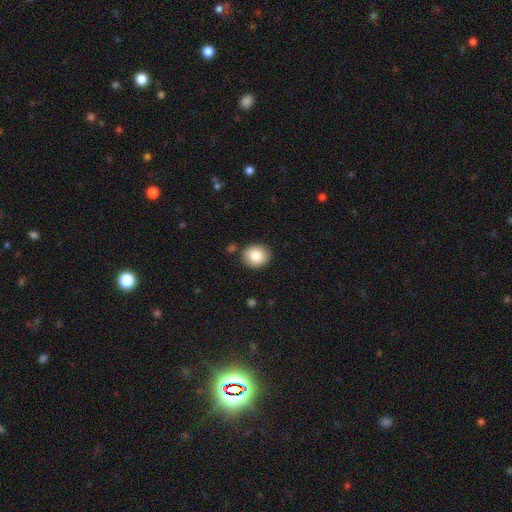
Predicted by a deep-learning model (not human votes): This appears to be a smooth galaxy with no disk features (84%) that is round (77%). Merging: none (86%).